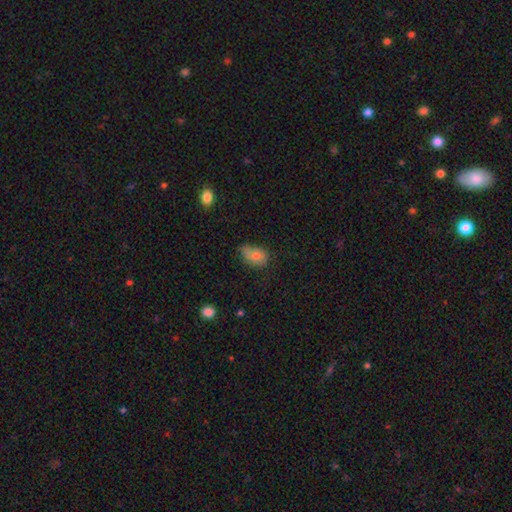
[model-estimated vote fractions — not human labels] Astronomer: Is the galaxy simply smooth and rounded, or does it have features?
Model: smooth — 75%.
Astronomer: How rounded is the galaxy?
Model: in between — 82%.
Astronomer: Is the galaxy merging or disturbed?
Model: none — 41% (runner-up: minor disturbance, 39%).